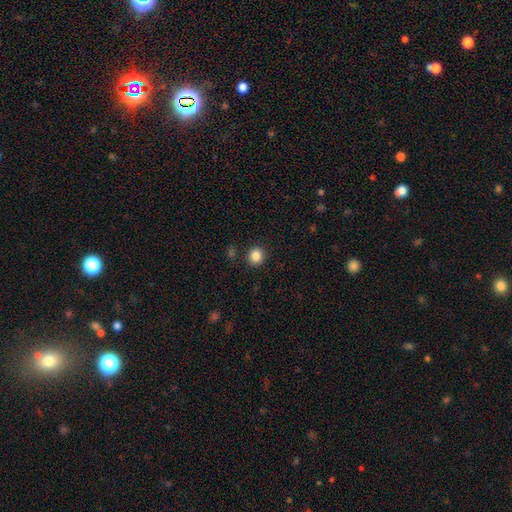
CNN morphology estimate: smooth 86%, star or artifact 10%, featured or disk 3%. Down the decision tree: how rounded — round (87%); merging — none (90%).